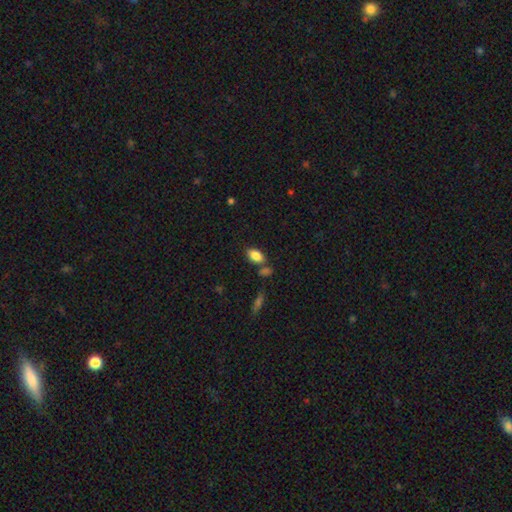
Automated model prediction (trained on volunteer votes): Smooth or featured? Predicted: smooth (p=0.85). How rounded? Predicted: in between (p=0.91). Merging? Predicted: none (p=0.68).